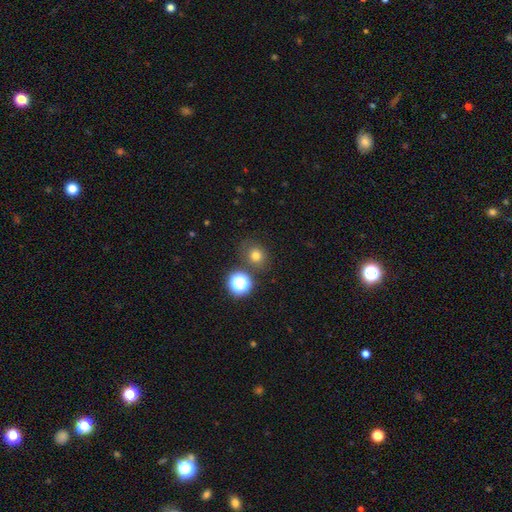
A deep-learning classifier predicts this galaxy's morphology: Smooth or featured? Predicted: smooth (p=0.73). How rounded? Predicted: round (p=0.77). Merging? Predicted: none (p=0.76).